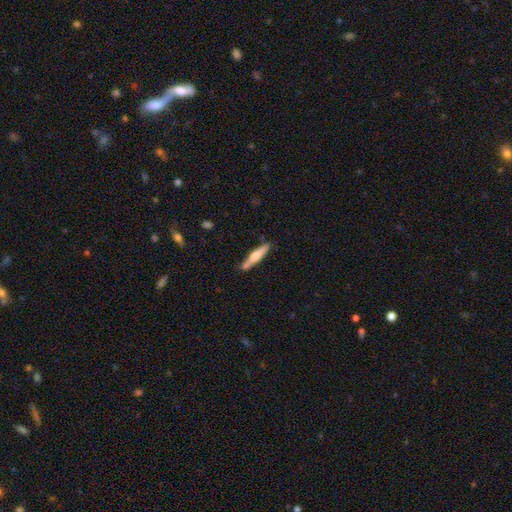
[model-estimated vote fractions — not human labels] This is possibly a smooth galaxy (57%). How rounded: clearly cigar-shaped (89%). Merging: likely none (78%).